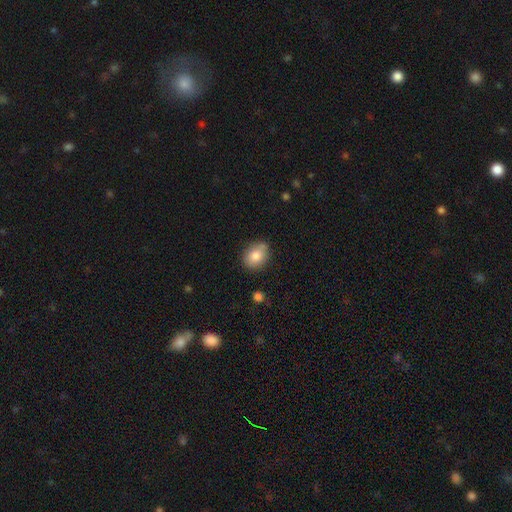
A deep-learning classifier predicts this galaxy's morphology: This appears to be a smooth galaxy with no disk features (82%) that is in between round and cigar-shaped (52%). Merging: none (74%).